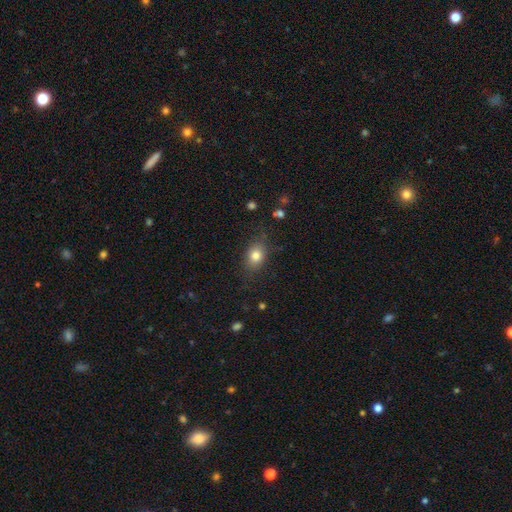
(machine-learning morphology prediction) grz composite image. It shows a smooth galaxy with no disk features (79%) that is in between round and cigar-shaped (63%). Merging: none (76%).